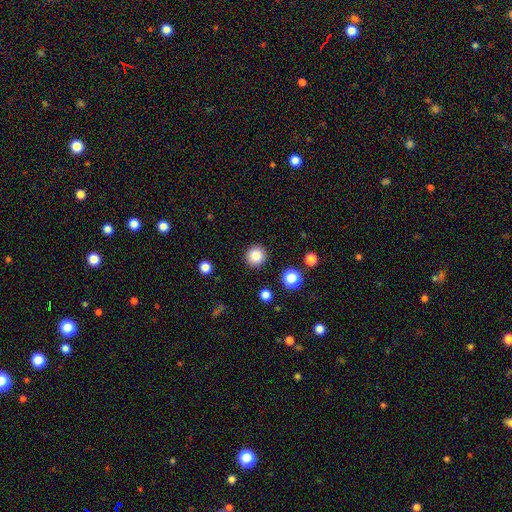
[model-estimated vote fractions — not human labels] Smooth or featured? smooth (84%)
How rounded? round (95%)
Merging? none (91%)